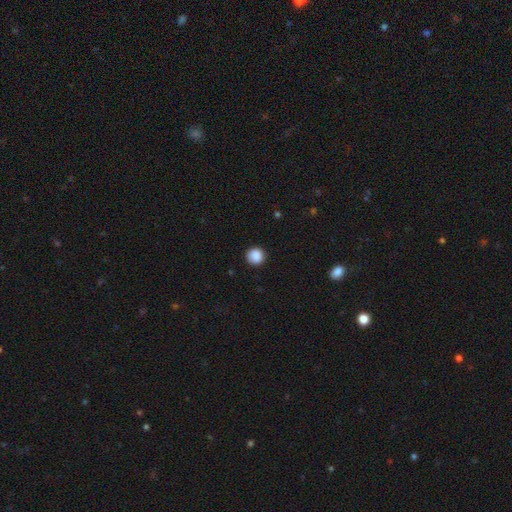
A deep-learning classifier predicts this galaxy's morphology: Smooth or featured? smooth (88%)
How rounded? round (94%)
Merging? none (91%)